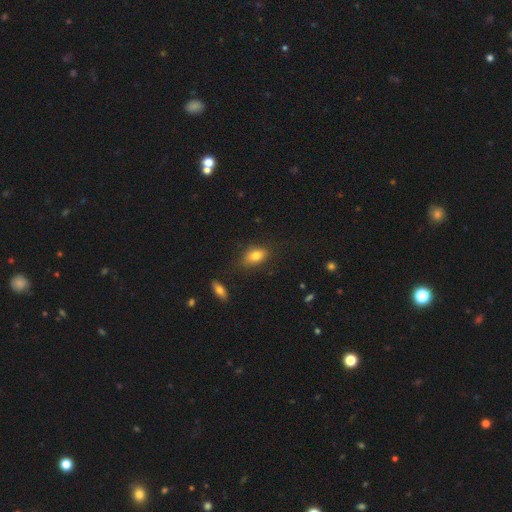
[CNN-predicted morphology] This is likely a smooth galaxy (79%). How rounded: clearly in between (83%). Merging: likely none (78%).